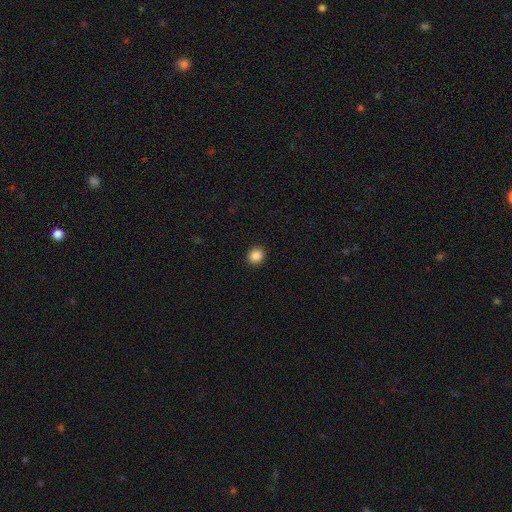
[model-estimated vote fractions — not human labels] Smooth or featured?
  - smooth: 87% *
  - star or artifact: 10%
  - featured or disk: 3%
How rounded?
  - round: 85% *
  - in between: 14%
  - cigar-shaped: 1%
Merging?
  - none: 92% *
  - minor disturbance: 5%
  - major disturbance: 2%
  - merger: 1%